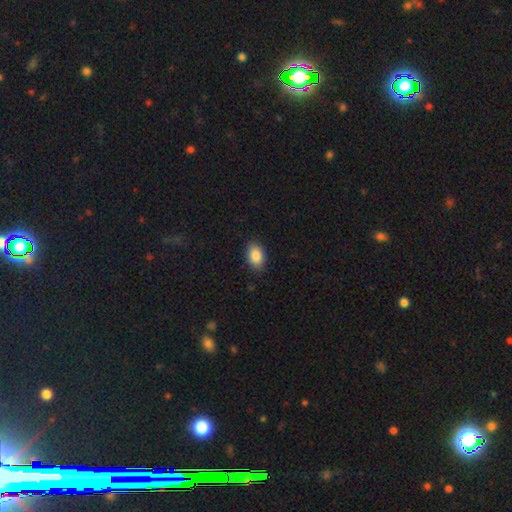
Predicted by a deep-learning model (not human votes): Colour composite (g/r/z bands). It shows a smooth galaxy with no disk features (86%) that is in between round and cigar-shaped (87%). Merging: none (88%).